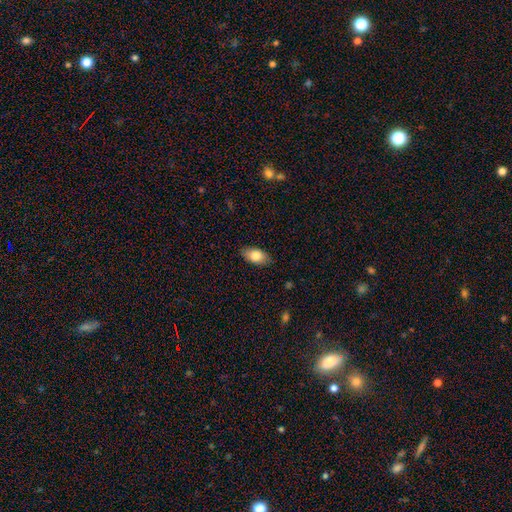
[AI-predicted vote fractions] Smooth or featured: smooth — 82% (featured or disk — 11%)
How rounded: in between — 92% (round — 5%)
Merging: none — 85% (minor disturbance — 11%)